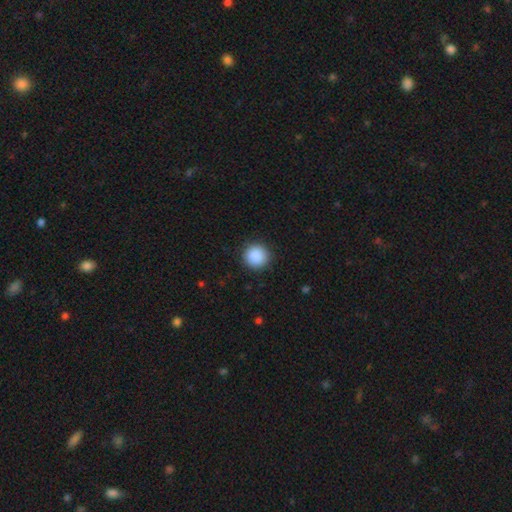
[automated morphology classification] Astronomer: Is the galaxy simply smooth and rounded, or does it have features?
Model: smooth — 89%.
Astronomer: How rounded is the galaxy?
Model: round — 95%.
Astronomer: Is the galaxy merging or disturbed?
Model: none — 91%.